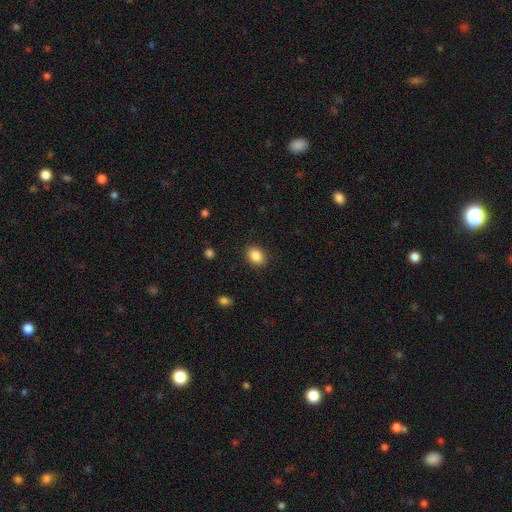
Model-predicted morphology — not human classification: smooth-or-featured: smooth: 86% | star or artifact: 9% | featured or disk: 5%
  how-rounded: in between: 66% | round: 33% | cigar-shaped: 1%
  merging: none: 88% | minor disturbance: 9% | major disturbance: 3% | merger: 1%